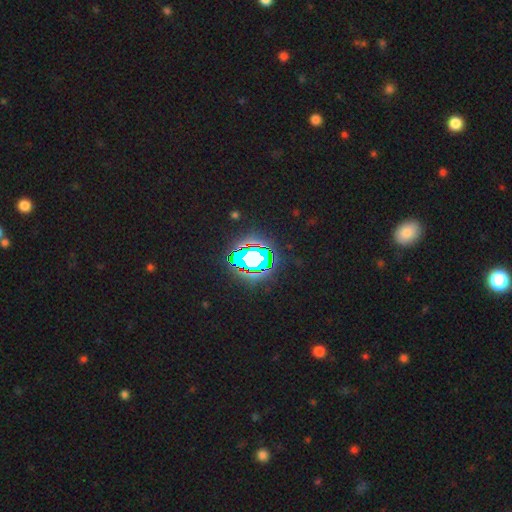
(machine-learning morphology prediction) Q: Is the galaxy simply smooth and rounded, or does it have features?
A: star or artifact — 68%.